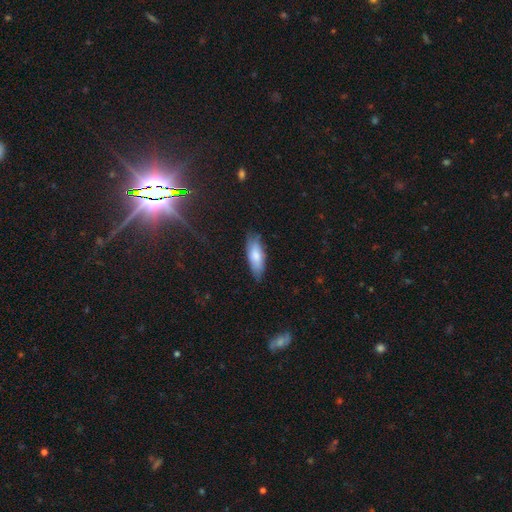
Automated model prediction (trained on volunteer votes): Overall: smooth (77%). How rounded: in between (66%; cigar-shaped 32%). Merging: none (78%).